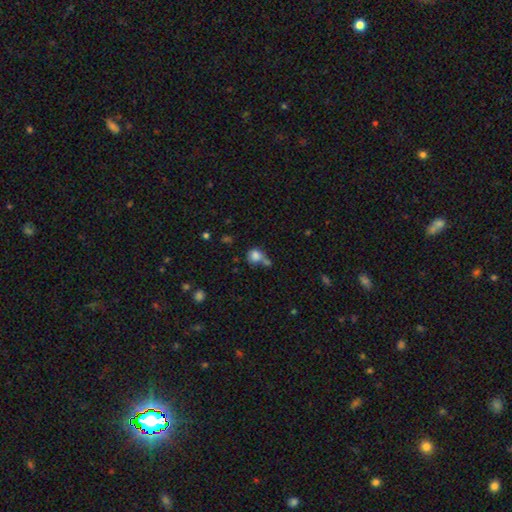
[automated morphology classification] type=smooth (80%); roundness=round (69%); merging=none (37%).